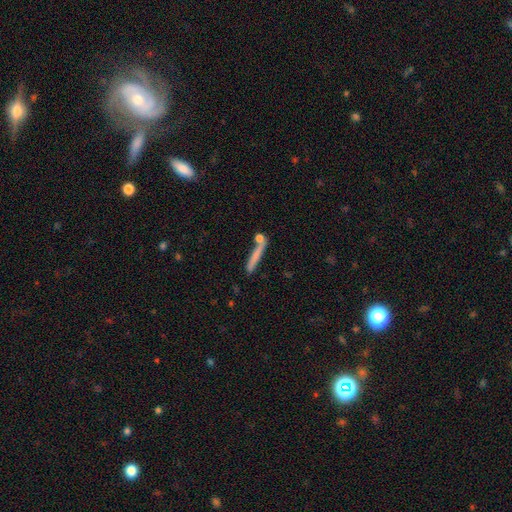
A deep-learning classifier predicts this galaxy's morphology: A smooth galaxy with no disk features (66%) that is cigar-shaped (92%).

Vote fractions:
- Smooth or featured? smooth: 66% / featured or disk: 26% / star or artifact: 8%
- How rounded? cigar-shaped: 92% / in between: 5% / round: 3%
- Merging? none: 65% / merger: 17% / minor disturbance: 13% / major disturbance: 5%